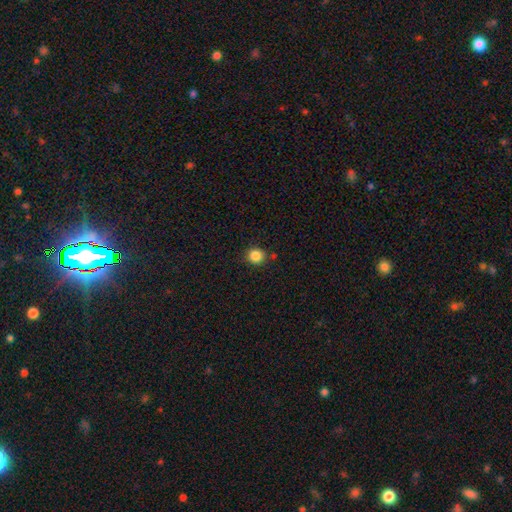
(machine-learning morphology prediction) This appears to be a smooth galaxy with no disk features (85%) that is round (89%). Merging: none (84%).